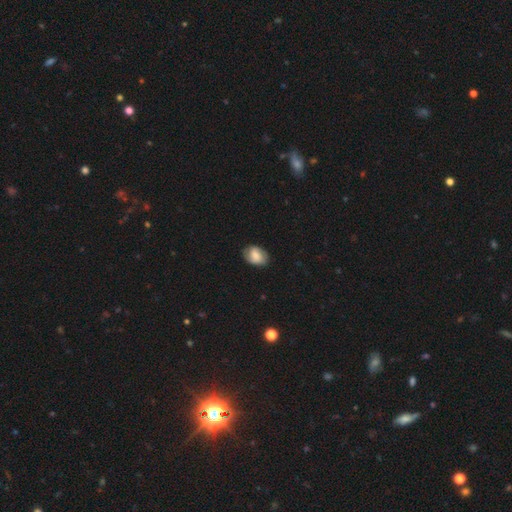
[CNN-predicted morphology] smooth 67%, featured or disk 25%, star or artifact 8%. Down the decision tree: how rounded — in between (79%); merging — none (78%).